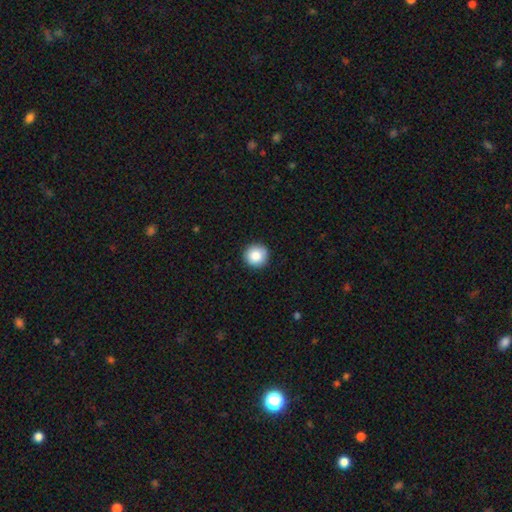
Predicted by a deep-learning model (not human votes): Smooth or featured? Predicted: smooth (p=0.86). How rounded? Predicted: round (p=0.96). Merging? Predicted: none (p=0.91).